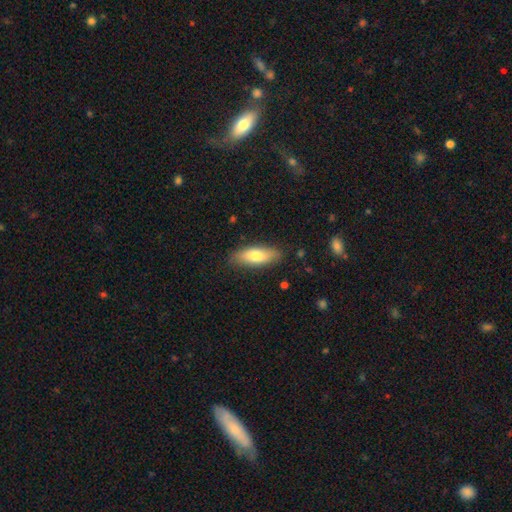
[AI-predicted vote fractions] Smooth or featured? Predicted: smooth (p=0.75). How rounded? Predicted: in between (p=0.64). Merging? Predicted: none (p=0.84).